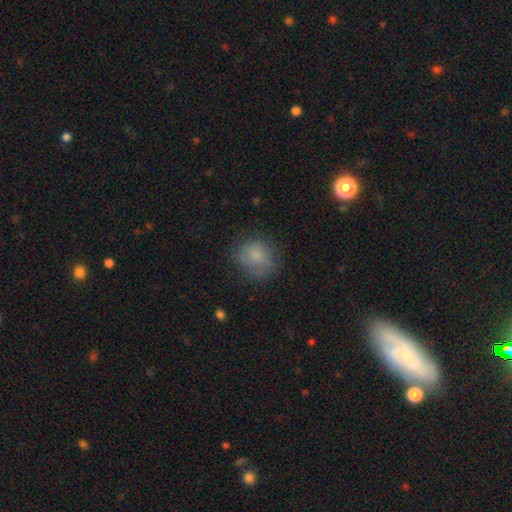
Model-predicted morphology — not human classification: Smooth or featured? smooth (74%)
How rounded? round (75%)
Merging? none (62%)